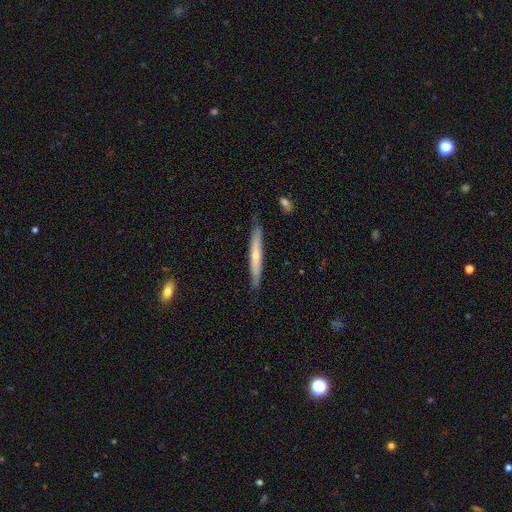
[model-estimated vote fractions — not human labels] smooth_or_featured: smooth (p=0.54) [alt: featured or disk p=0.41]
how_rounded: cigar-shaped (p=0.95) [alt: in between p=0.03]
merging: none (p=0.82) [alt: minor disturbance p=0.14]